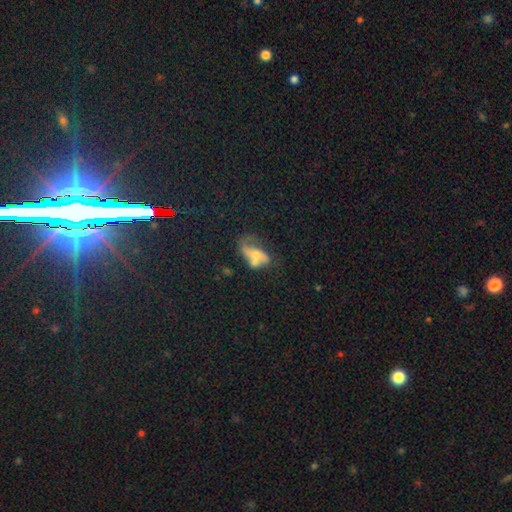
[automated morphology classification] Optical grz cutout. It shows a featured or disk galaxy (47%). Merging: merger (31%).